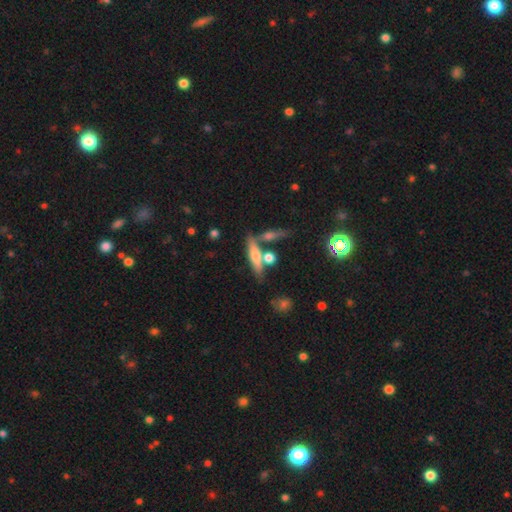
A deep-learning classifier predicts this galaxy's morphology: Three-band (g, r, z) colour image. It shows a smooth galaxy with no disk features (50%) that is cigar-shaped (72%). Merging: none (60%).